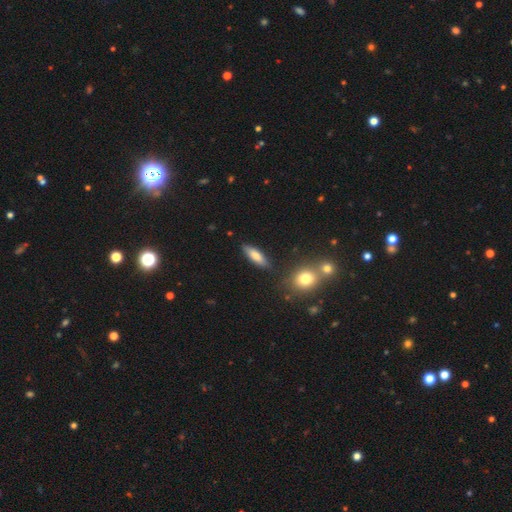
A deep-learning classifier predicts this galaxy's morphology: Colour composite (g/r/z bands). It shows a smooth galaxy with no disk features (74%) that is cigar-shaped (50%). Merging: none (84%).